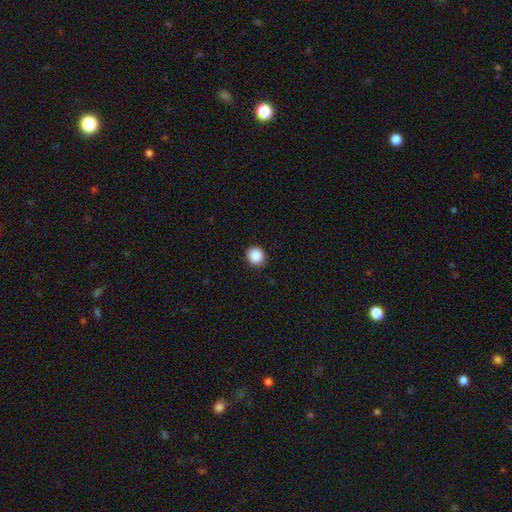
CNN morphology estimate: The model was most divided on "how rounded": round: 88%, in between: 11%, cigar-shaped: 1%. More confident: merging — none (91%); smooth or featured — smooth (89%).